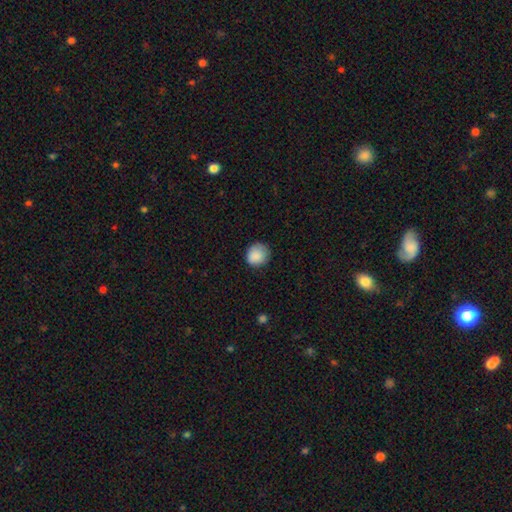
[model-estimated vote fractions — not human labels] Smooth or featured: smooth — 88% (star or artifact — 8%)
How rounded: round — 84% (in between — 15%)
Merging: none — 78% (minor disturbance — 17%)